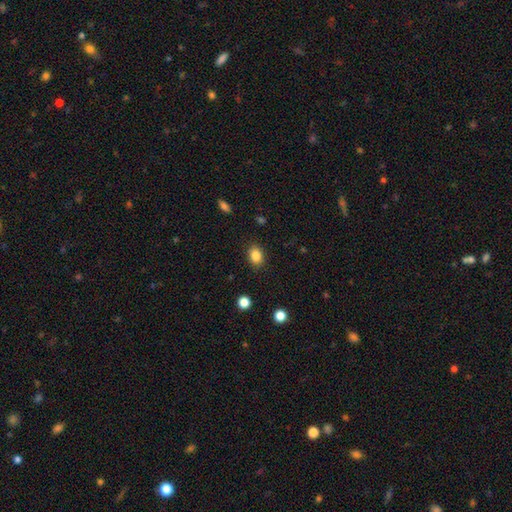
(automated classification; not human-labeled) A smooth galaxy with no disk features (85%) that is in between round and cigar-shaped (62%). Merging: none (87%).